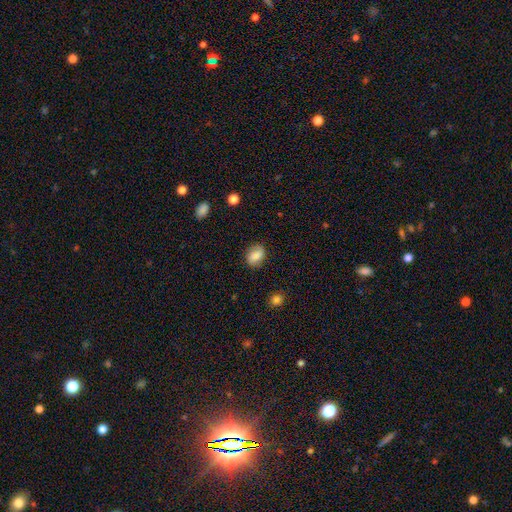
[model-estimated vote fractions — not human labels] smooth 75%, featured or disk 16%, star or artifact 9%. Down the decision tree: how rounded — in between (66%); merging — none (79%).